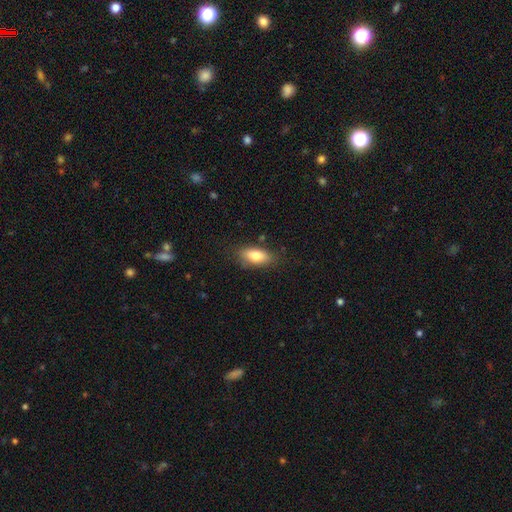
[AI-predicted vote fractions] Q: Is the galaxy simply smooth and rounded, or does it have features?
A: smooth — 78%.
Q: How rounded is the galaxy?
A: in between — 84%.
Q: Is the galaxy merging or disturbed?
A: none — 80%.